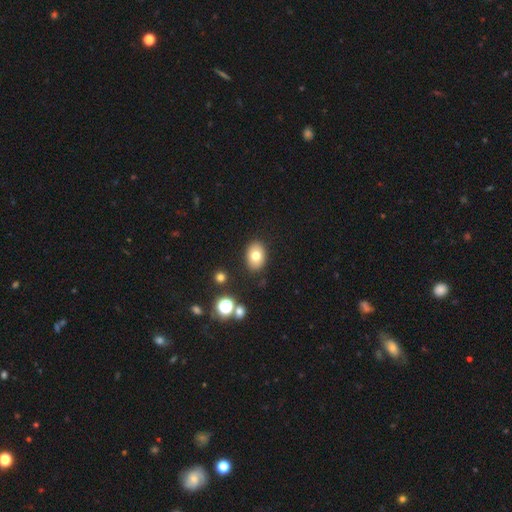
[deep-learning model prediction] Overall: smooth (75%). How rounded: in between (74%). Merging: none (87%).